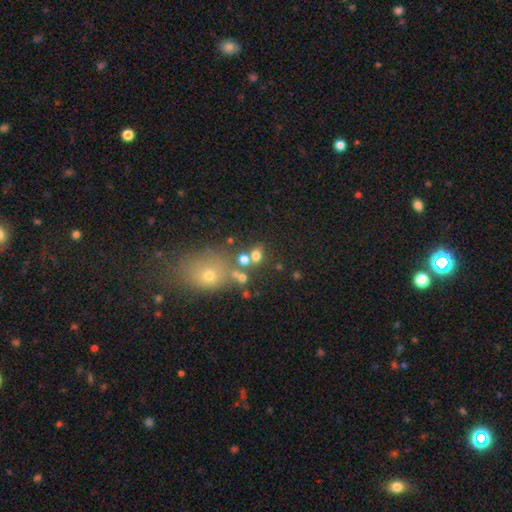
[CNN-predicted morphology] The model was most divided on "how rounded": round: 61%, in between: 37%, cigar-shaped: 1%. More confident: smooth or featured — smooth (70%); merging — none (56%).